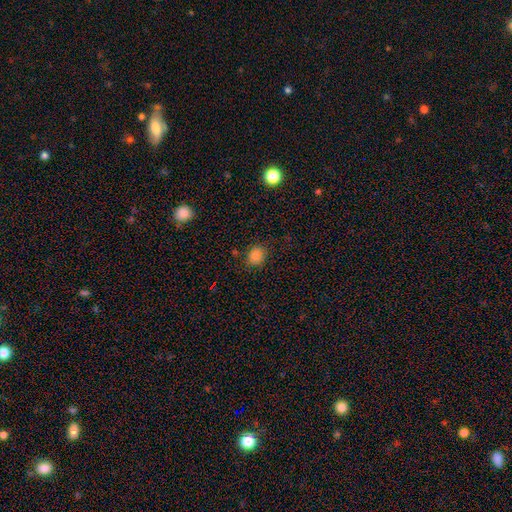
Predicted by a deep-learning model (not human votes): A smooth galaxy with no disk features (84%) that is round (59%). Merging: none (81%).